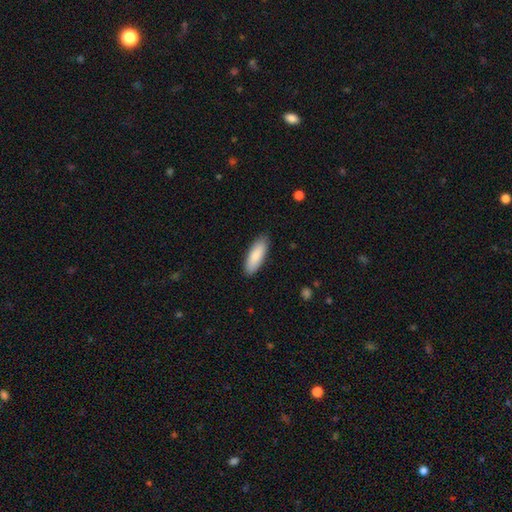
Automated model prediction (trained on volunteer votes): Smooth or featured?
  - smooth: 84% *
  - featured or disk: 10%
  - star or artifact: 5%
How rounded?
  - in between: 66% *
  - cigar-shaped: 32%
  - round: 2%
Merging?
  - none: 88% *
  - minor disturbance: 9%
  - major disturbance: 2%
  - merger: 1%